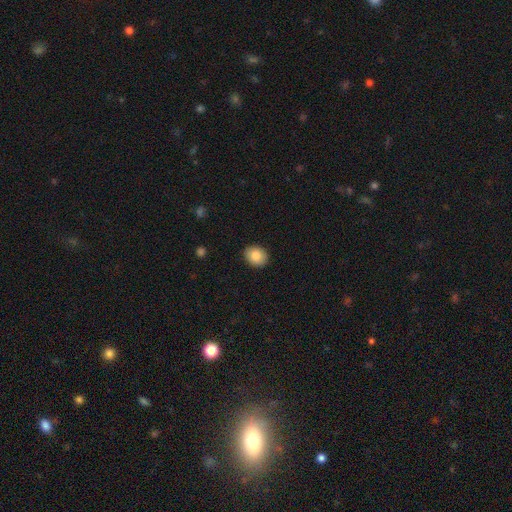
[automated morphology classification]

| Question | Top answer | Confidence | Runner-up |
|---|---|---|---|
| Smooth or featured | smooth | 83% | featured or disk (9%) |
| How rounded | round | 54% | in between (45%) |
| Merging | none | 90% | minor disturbance (7%) |